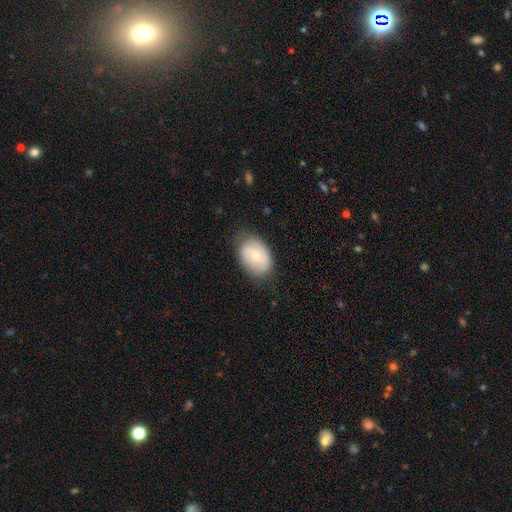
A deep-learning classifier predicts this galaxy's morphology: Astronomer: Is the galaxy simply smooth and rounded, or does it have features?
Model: smooth — 58% (runner-up: featured or disk, 35%).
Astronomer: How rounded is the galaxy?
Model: in between — 80%.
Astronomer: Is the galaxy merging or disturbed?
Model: none — 73%.